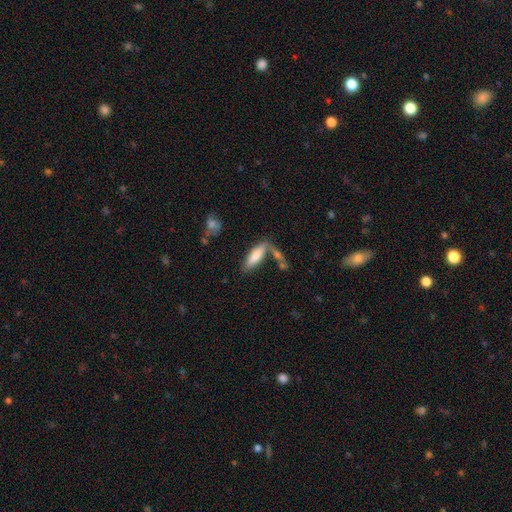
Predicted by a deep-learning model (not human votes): smooth_or_featured: smooth (p=0.79) [alt: featured or disk p=0.15]
how_rounded: in between (p=0.52) [alt: cigar-shaped p=0.46]
merging: none (p=0.53) [alt: merger p=0.24]